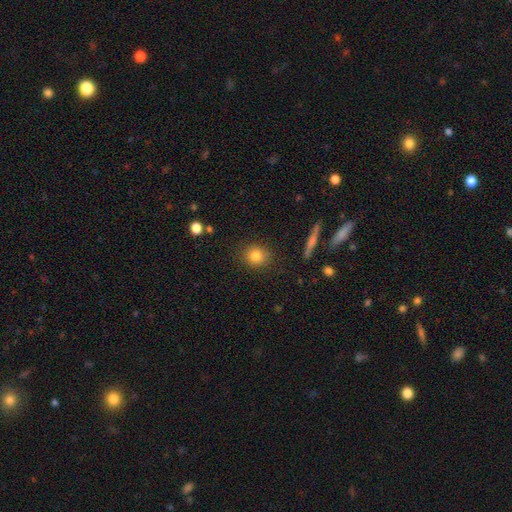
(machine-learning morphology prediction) type=smooth (82%); roundness=round (84%); merging=none (87%).